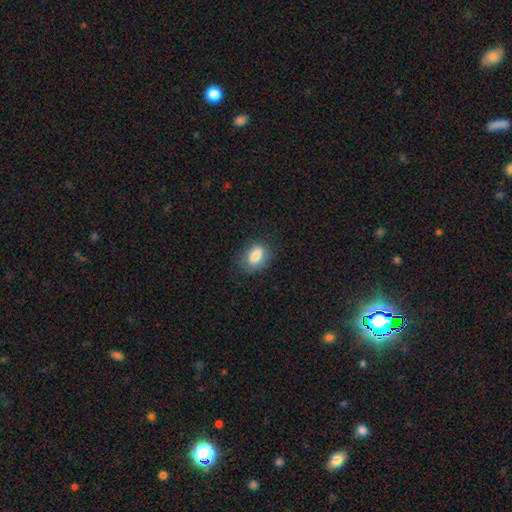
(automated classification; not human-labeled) Overall: smooth (81%). How rounded: in between (83%). Merging: none (73%).